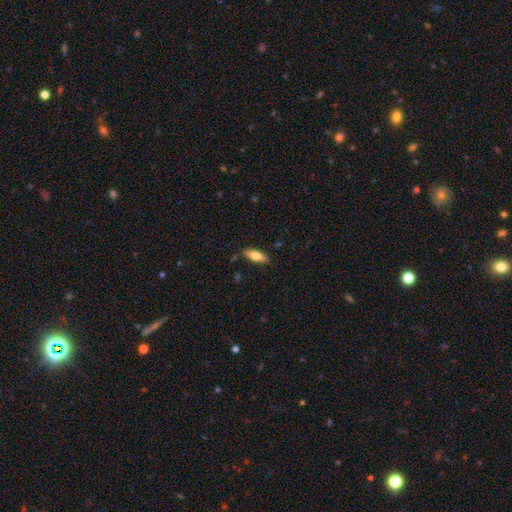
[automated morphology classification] smooth_or_featured: smooth (p=0.71) [alt: featured or disk p=0.22]
how_rounded: in between (p=0.60) [alt: cigar-shaped p=0.38]
merging: none (p=0.82) [alt: minor disturbance p=0.13]